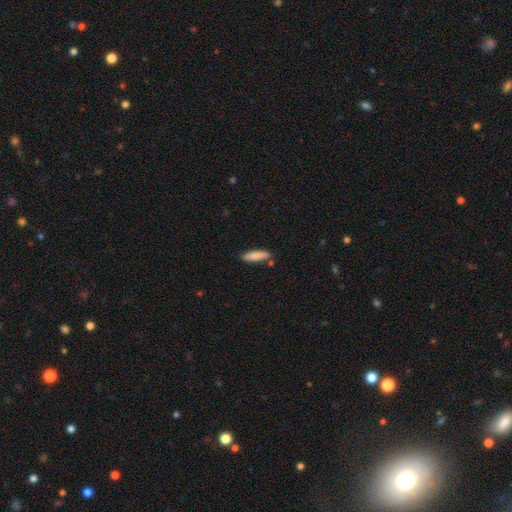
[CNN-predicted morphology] Smooth or featured?
  - smooth: 84% *
  - featured or disk: 10%
  - star or artifact: 6%
How rounded?
  - cigar-shaped: 69% *
  - in between: 30%
  - round: 2%
Merging?
  - none: 82% *
  - minor disturbance: 11%
  - merger: 5%
  - major disturbance: 2%